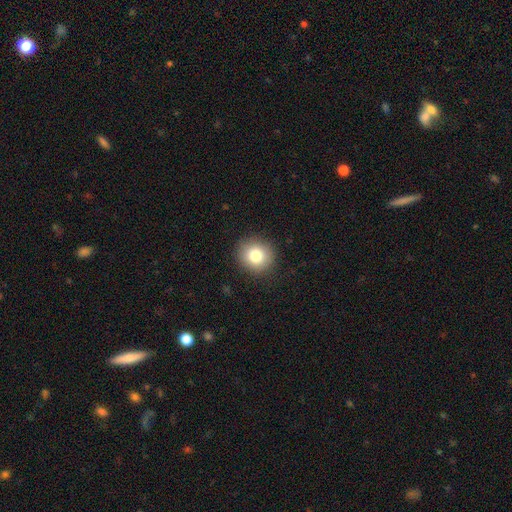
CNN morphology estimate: A smooth galaxy with no disk features (81%) that is round (87%). Merging: none (90%).